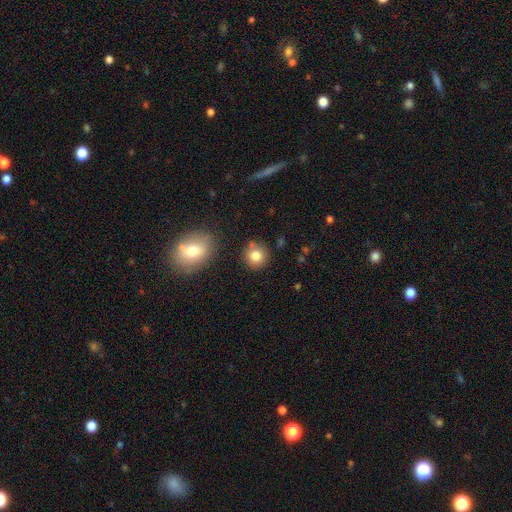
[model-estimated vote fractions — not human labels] Smooth or featured?
  - smooth: 81% *
  - star or artifact: 11%
  - featured or disk: 8%
How rounded?
  - round: 91% *
  - in between: 8%
  - cigar-shaped: 1%
Merging?
  - none: 82% *
  - minor disturbance: 10%
  - merger: 5%
  - major disturbance: 3%